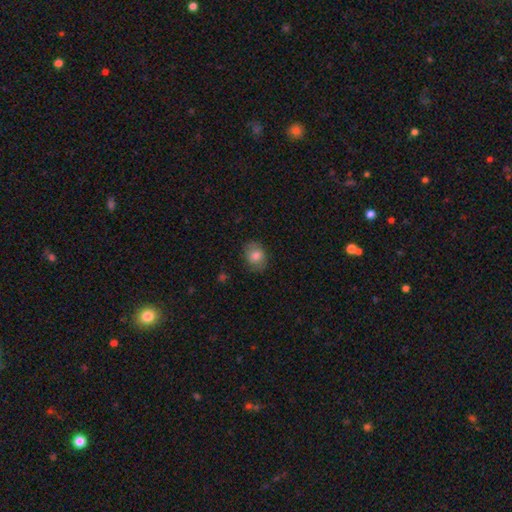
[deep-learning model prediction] Morphology: type=smooth (78%); roundness=in between (59%); merging=none (79%).